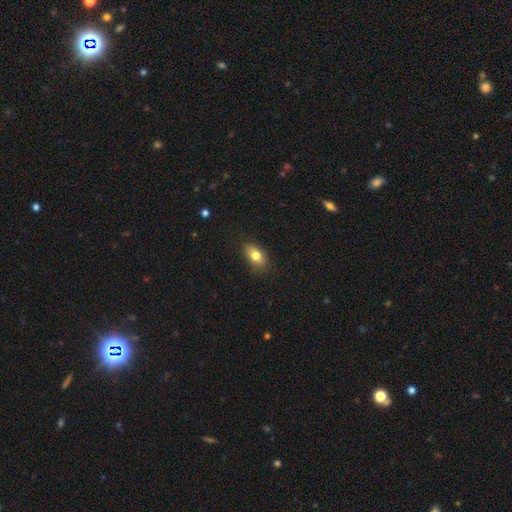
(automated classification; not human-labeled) smooth_or_featured: smooth (p=0.79) [alt: featured or disk p=0.11]
how_rounded: in between (p=0.81) [alt: round p=0.16]
merging: none (p=0.77) [alt: minor disturbance p=0.18]